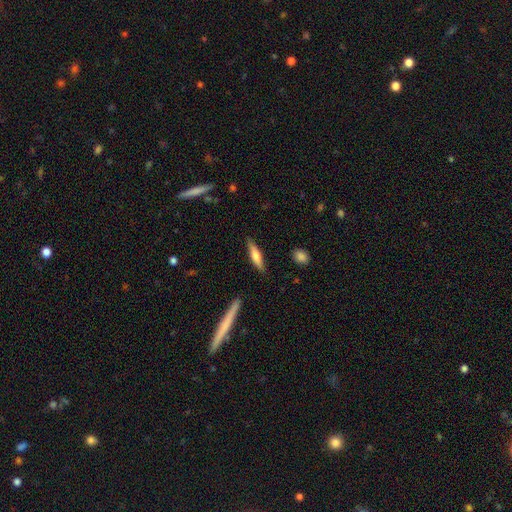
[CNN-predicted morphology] Q: Smooth or featured?
A: smooth (60%); runner-up: featured or disk (34%)
Q: How rounded?
A: cigar-shaped (77%); runner-up: in between (21%)
Q: Merging?
A: none (86%); runner-up: minor disturbance (10%)